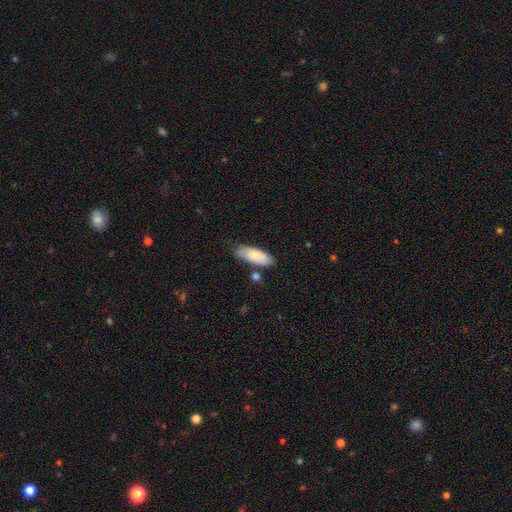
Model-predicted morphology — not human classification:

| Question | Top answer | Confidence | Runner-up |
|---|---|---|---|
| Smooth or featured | smooth | 77% | featured or disk (17%) |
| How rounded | in between | 74% | cigar-shaped (24%) |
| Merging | none | 72% | minor disturbance (18%) |